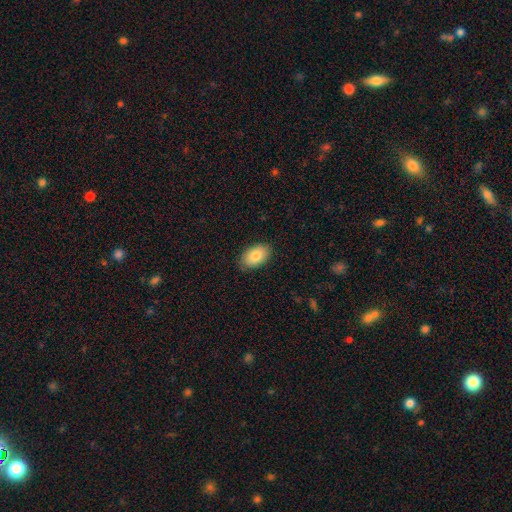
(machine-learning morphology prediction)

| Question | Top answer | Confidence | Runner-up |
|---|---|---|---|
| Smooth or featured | smooth | 84% | featured or disk (10%) |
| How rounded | in between | 93% | round (6%) |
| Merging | none | 87% | minor disturbance (10%) |